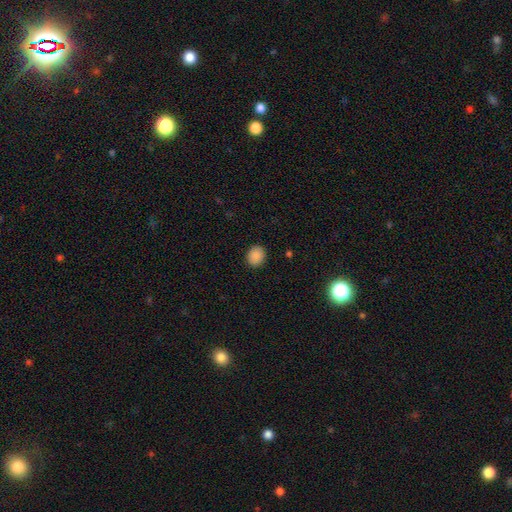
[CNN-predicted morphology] type=smooth (88%); roundness=round (67%); merging=none (90%).